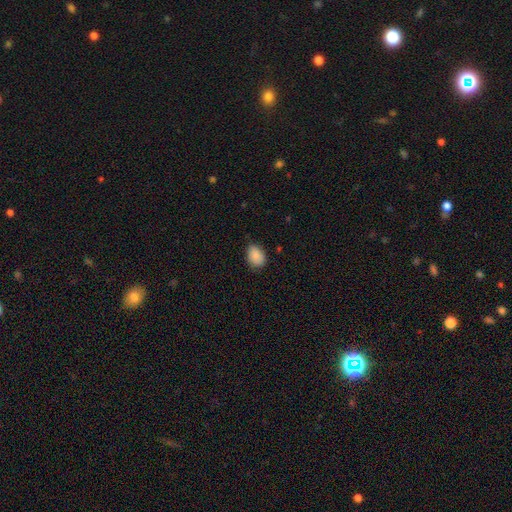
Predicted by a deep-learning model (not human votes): A smooth galaxy with no disk features (87%) that is in between round and cigar-shaped (75%). Merging: none (70%).